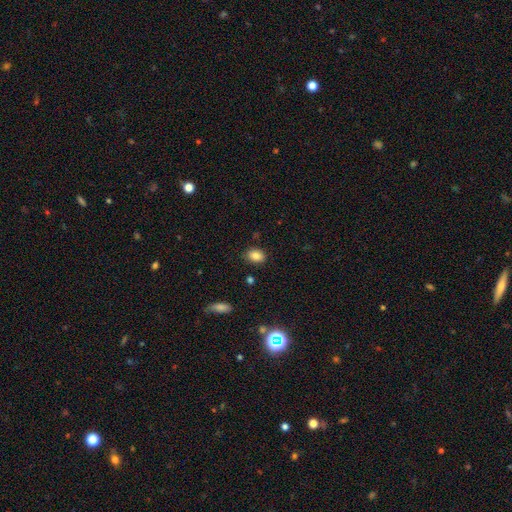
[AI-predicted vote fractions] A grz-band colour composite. It shows a smooth galaxy with no disk features (84%) that is in between round and cigar-shaped (72%). Merging: none (84%).